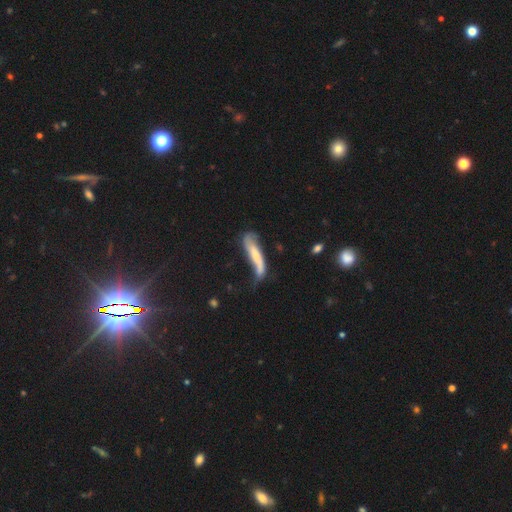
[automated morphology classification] Smooth or featured?
  - featured or disk: 49% *
  - smooth: 42%
  - star or artifact: 9%
Merging?
  - none: 35% *
  - minor disturbance: 30%
  - major disturbance: 25%
  - merger: 9%